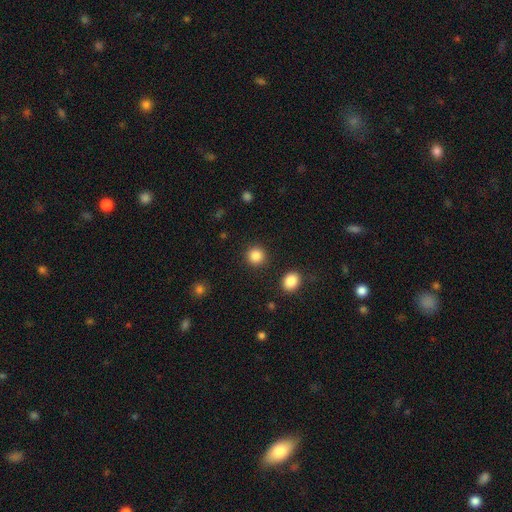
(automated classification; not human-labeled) The model was most divided on "smooth or featured": smooth: 86%, star or artifact: 10%, featured or disk: 4%. More confident: how rounded — round (93%); merging — none (91%).